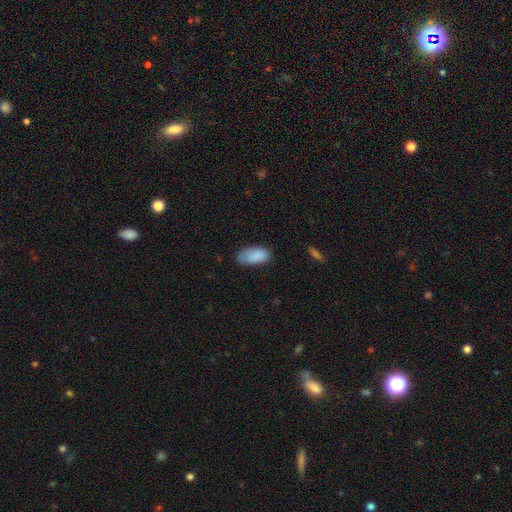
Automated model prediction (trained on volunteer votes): A smooth galaxy with no disk features (87%) that is in between round and cigar-shaped (94%). Merging: none (65%).